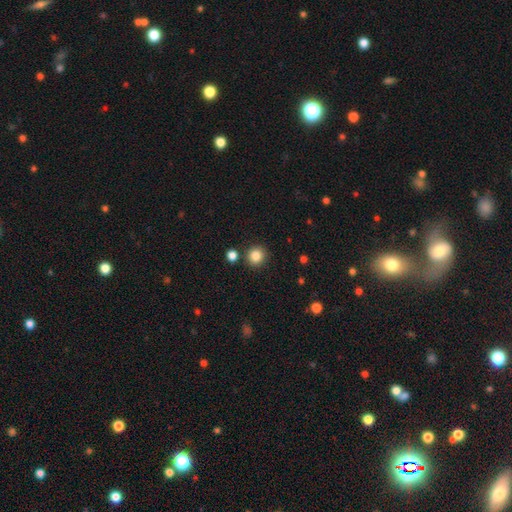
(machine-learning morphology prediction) Q: Smooth or featured?
A: smooth (85%); runner-up: star or artifact (11%)
Q: How rounded?
A: round (91%); runner-up: in between (8%)
Q: Merging?
A: none (86%); runner-up: minor disturbance (7%)